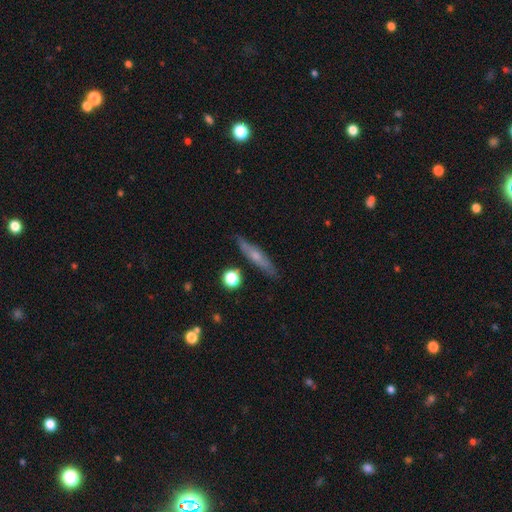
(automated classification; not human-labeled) A featured or disk galaxy (48%). Merging: none (85%).